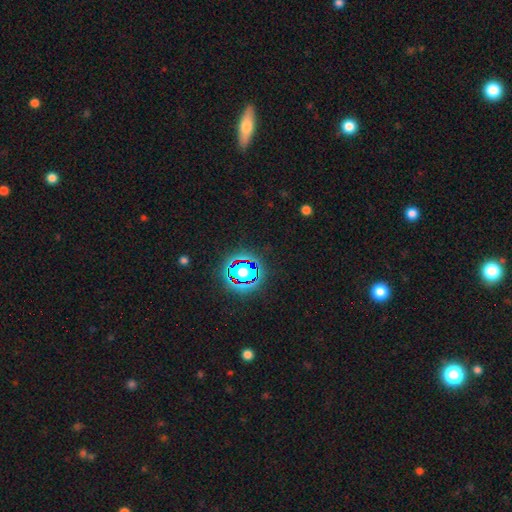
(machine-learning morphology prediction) Smooth or featured? Predicted: star or artifact (p=0.69).